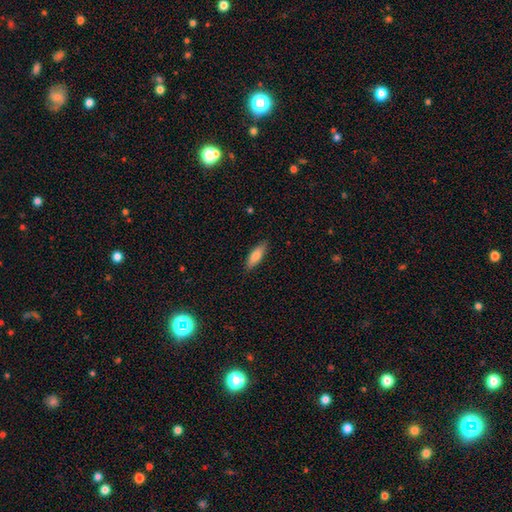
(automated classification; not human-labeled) Smooth or featured? smooth (79%)
How rounded? in between (57%)
Merging? none (85%)